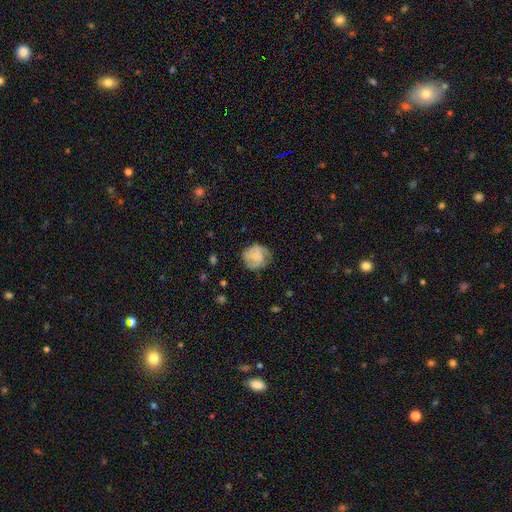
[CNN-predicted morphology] The model was most divided on "smooth or featured": featured or disk: 51%, smooth: 40%, star or artifact: 9%. More confident: edge-on disk — no (98%); merging — none (63%).